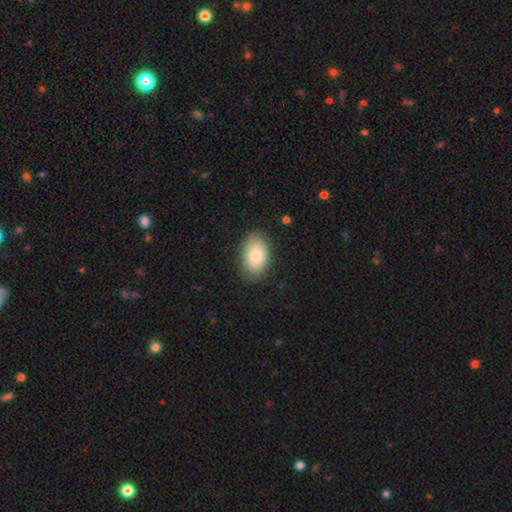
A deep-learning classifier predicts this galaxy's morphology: Smooth or featured? smooth (80%)
How rounded? in between (88%)
Merging? none (81%)